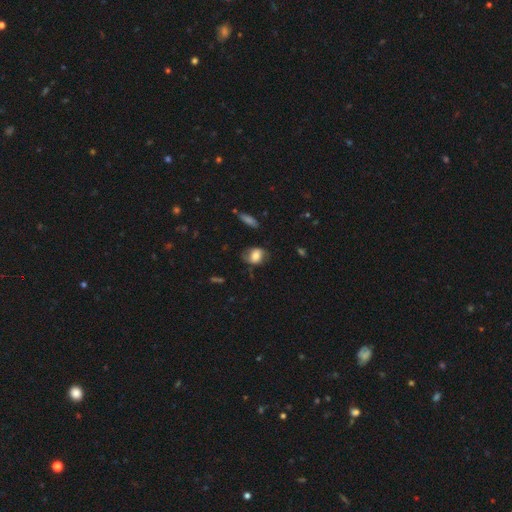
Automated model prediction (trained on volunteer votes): Smooth or featured?
  - smooth: 64% *
  - featured or disk: 27%
  - star or artifact: 9%
How rounded?
  - in between: 63% *
  - round: 35%
  - cigar-shaped: 2%
Merging?
  - none: 58% *
  - minor disturbance: 28%
  - major disturbance: 12%
  - merger: 2%